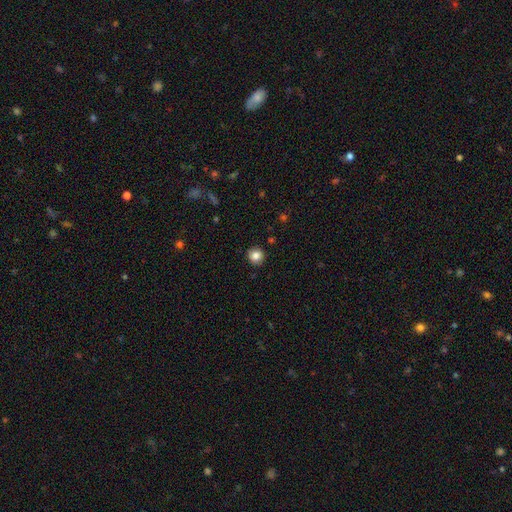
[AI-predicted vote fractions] Smooth or featured: smooth — 84% (star or artifact — 10%)
How rounded: round — 93% (in between — 6%)
Merging: none — 91% (minor disturbance — 6%)